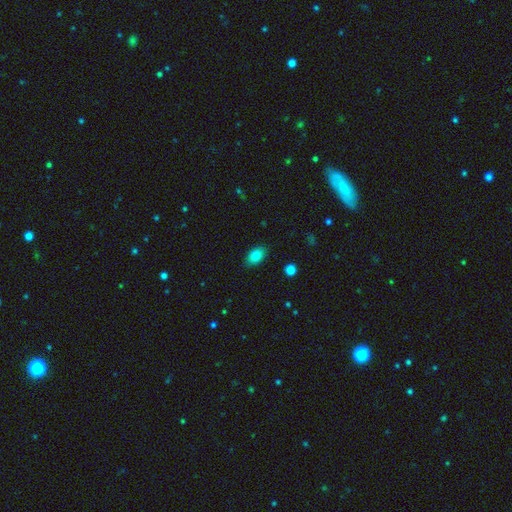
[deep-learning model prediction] Overall: smooth (84%). How rounded: in between (90%). Merging: none (86%).